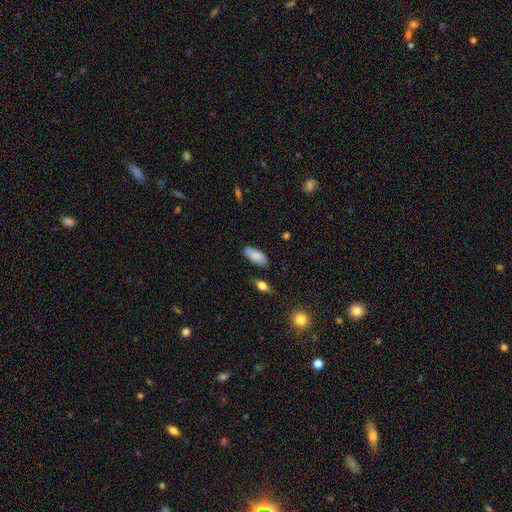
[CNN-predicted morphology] Smooth or featured? Predicted: smooth (p=0.80). How rounded? Predicted: in between (p=0.88). Merging? Predicted: none (p=0.71).